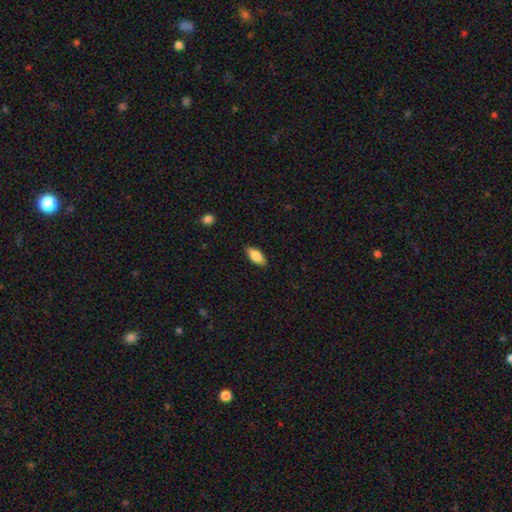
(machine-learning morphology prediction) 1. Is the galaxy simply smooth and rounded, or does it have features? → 81% smooth, 13% featured or disk, 6% star or artifact.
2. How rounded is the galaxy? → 82% in between, 16% cigar-shaped, 2% round.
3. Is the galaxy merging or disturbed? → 86% none, 11% minor disturbance, 2% major disturbance, 1% merger.